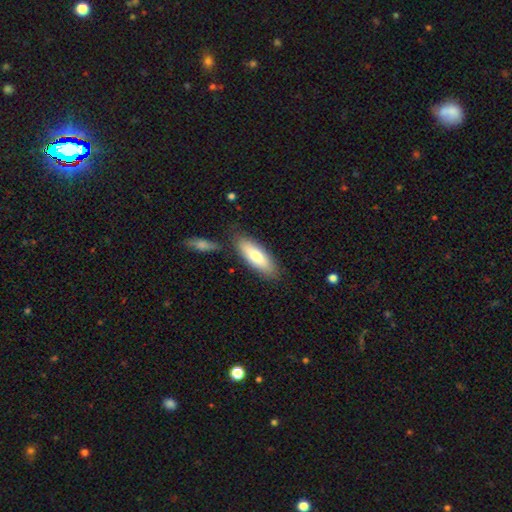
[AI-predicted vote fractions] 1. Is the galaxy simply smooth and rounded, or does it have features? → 74% smooth, 20% featured or disk, 6% star or artifact.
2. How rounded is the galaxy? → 59% in between, 39% cigar-shaped, 2% round.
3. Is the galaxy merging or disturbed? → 78% none, 12% minor disturbance, 7% merger, 3% major disturbance.